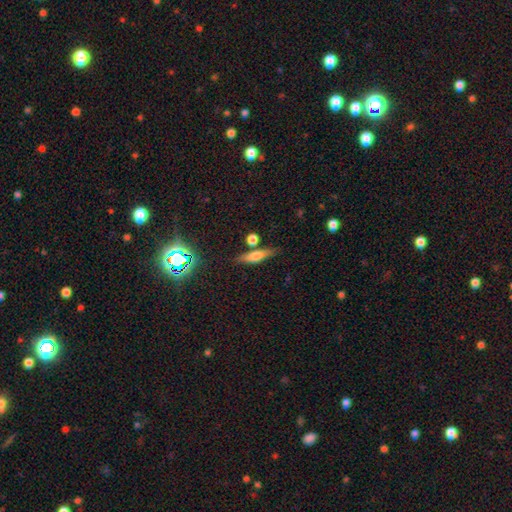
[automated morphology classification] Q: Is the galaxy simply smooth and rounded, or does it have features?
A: smooth — 56%.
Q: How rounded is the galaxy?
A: cigar-shaped — 69%.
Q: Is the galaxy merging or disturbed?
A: none — 74%.